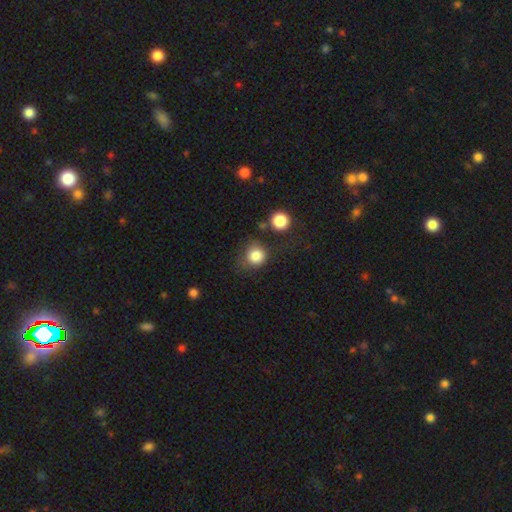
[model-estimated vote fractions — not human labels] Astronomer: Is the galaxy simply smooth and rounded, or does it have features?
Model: smooth — 83%.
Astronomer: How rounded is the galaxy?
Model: round — 87%.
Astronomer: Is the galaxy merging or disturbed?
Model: none — 64%.